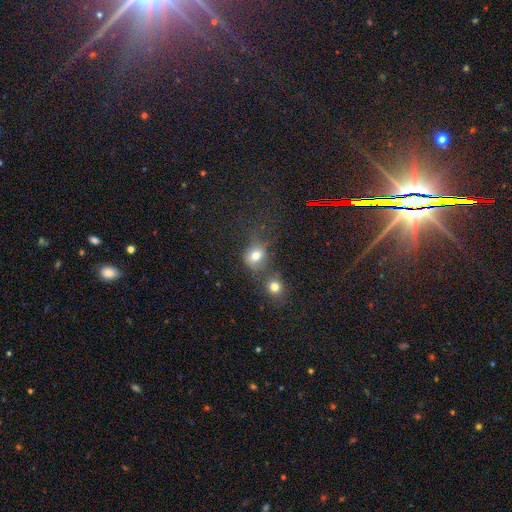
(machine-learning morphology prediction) A smooth galaxy with no disk features (74%) that is round (67%). Merging: none (45%).